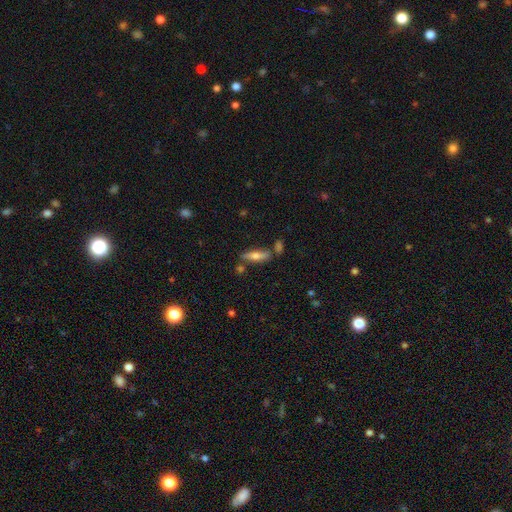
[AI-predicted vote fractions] Overall: smooth (54%; featured or disk 38%). How rounded: cigar-shaped (63%; in between 34%). Merging: none (72%).